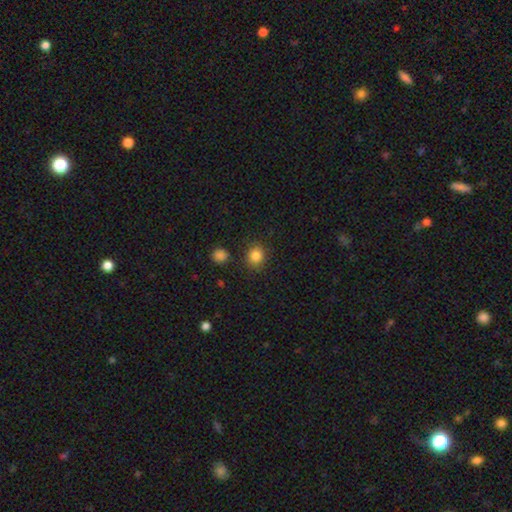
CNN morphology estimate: smooth 85%, star or artifact 11%, featured or disk 4%. Down the decision tree: how rounded — round (77%); merging — none (86%).